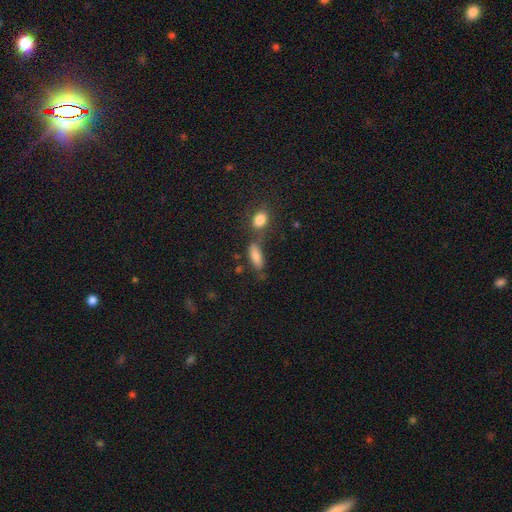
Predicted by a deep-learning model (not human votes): A smooth galaxy with no disk features (79%) that is in between round and cigar-shaped (69%).

Vote fractions:
- Smooth or featured? smooth: 79% / featured or disk: 11% / star or artifact: 10%
- How rounded? in between: 69% / cigar-shaped: 27% / round: 4%
- Merging? none: 55% / merger: 22% / minor disturbance: 17% / major disturbance: 7%